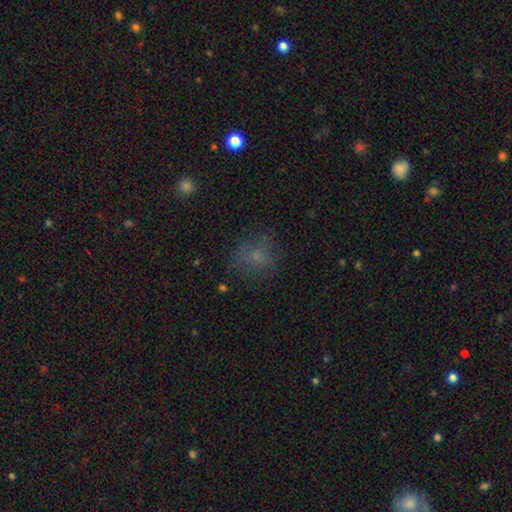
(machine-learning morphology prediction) Q: Smooth or featured?
A: smooth (64%); runner-up: star or artifact (19%)
Q: How rounded?
A: round (67%); runner-up: in between (32%)
Q: Merging?
A: none (67%); runner-up: minor disturbance (18%)